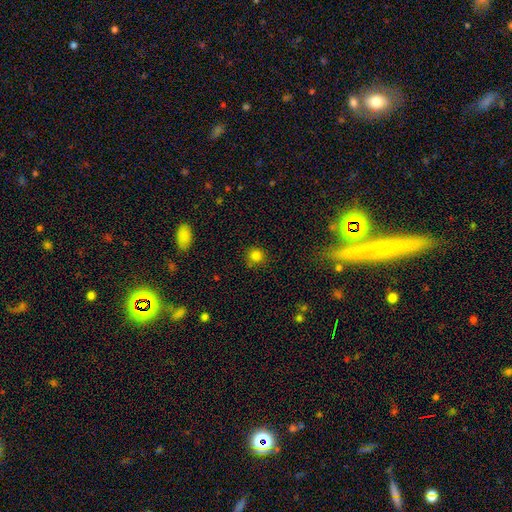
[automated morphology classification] smooth-or-featured: smooth: 82% | star or artifact: 13% | featured or disk: 5%
  how-rounded: round: 91% | in between: 8% | cigar-shaped: 1%
  merging: none: 82% | minor disturbance: 12% | major disturbance: 3% | merger: 3%